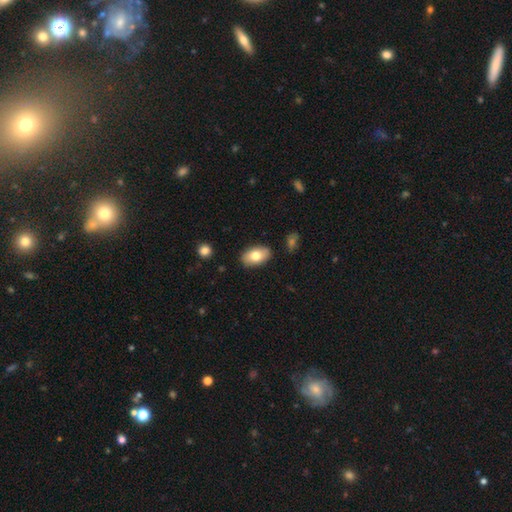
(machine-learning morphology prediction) Smooth or featured? Predicted: smooth (p=0.77). How rounded? Predicted: in between (p=0.92). Merging? Predicted: none (p=0.86).